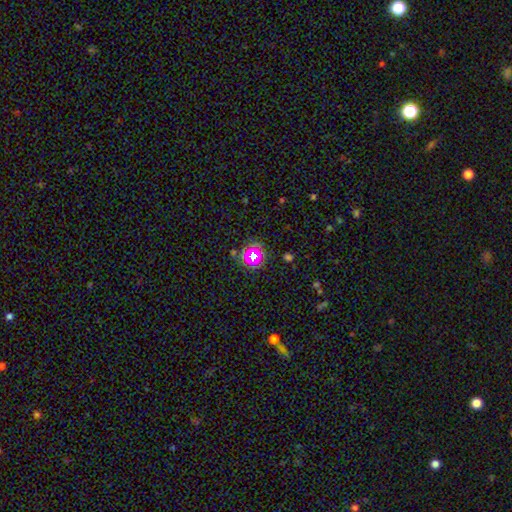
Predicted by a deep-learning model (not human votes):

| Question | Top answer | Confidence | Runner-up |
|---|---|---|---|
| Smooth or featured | star or artifact | 49% | smooth (39%) |